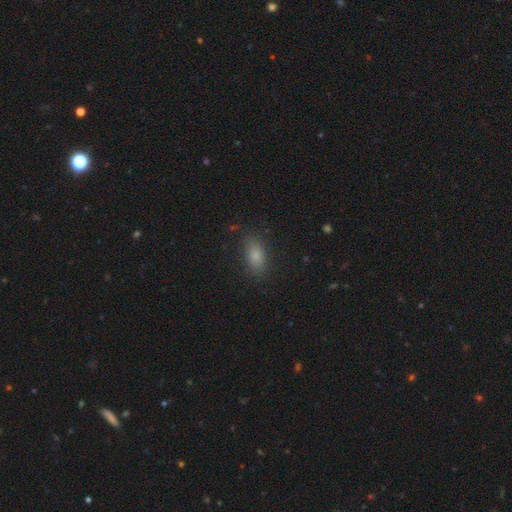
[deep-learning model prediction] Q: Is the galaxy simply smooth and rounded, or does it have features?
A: smooth — 80%.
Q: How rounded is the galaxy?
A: in between — 87%.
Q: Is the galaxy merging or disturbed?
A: none — 83%.